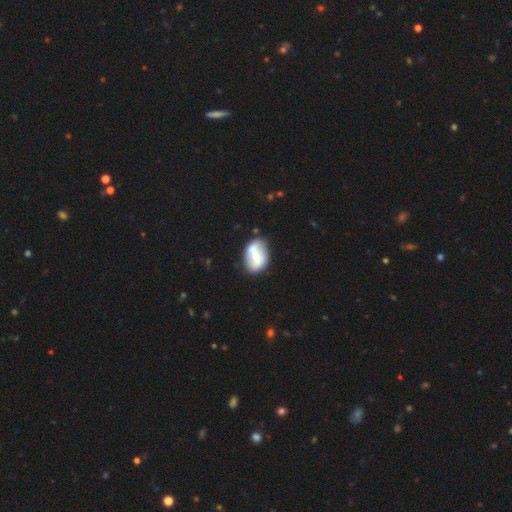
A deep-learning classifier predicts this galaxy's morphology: Smooth or featured? Predicted: featured or disk (p=0.51). Edge-on disk? Predicted: no (p=0.94). Merging? Predicted: none (p=0.69).